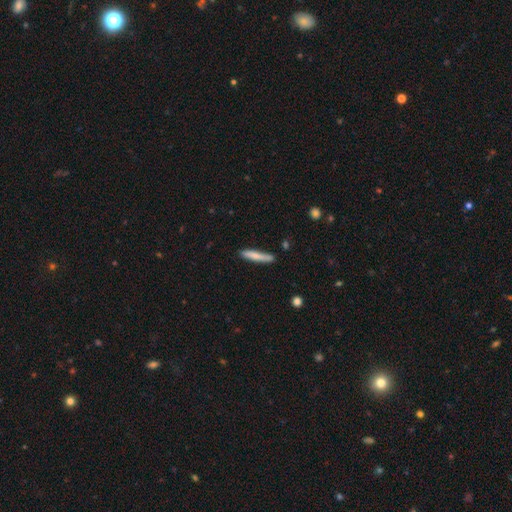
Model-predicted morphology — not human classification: smooth-or-featured: smooth: 73% | featured or disk: 21% | star or artifact: 6%
  how-rounded: cigar-shaped: 93% | in between: 6% | round: 1%
  merging: none: 79% | minor disturbance: 15% | merger: 3% | major disturbance: 3%